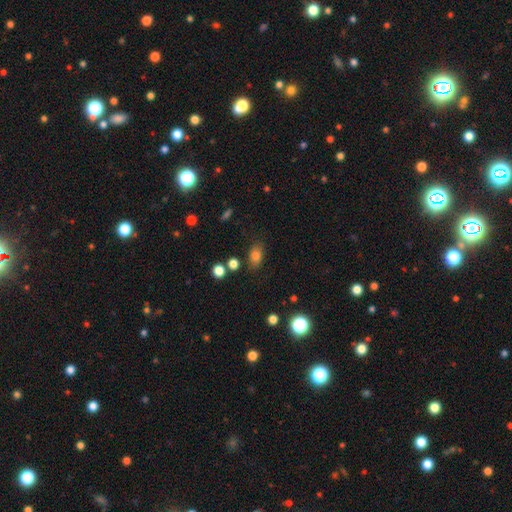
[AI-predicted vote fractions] smooth-or-featured: smooth: 81% | star or artifact: 13% | featured or disk: 7%
  how-rounded: in between: 81% | round: 17% | cigar-shaped: 2%
  merging: none: 78% | minor disturbance: 14% | merger: 4% | major disturbance: 4%